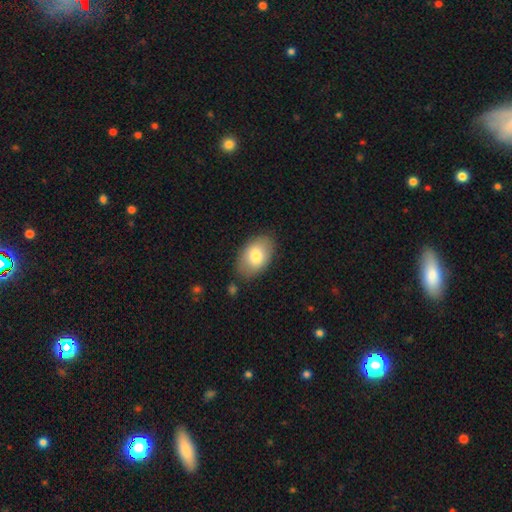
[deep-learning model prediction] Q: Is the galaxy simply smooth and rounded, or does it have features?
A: smooth — 80%.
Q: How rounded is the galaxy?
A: in between — 91%.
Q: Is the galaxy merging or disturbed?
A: none — 82%.